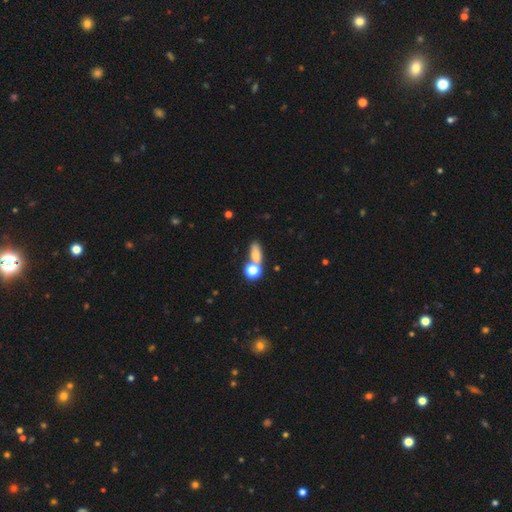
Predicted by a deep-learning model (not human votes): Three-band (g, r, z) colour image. It shows a smooth galaxy with no disk features (72%) that is in between round and cigar-shaped (61%). Merging: none (51%).